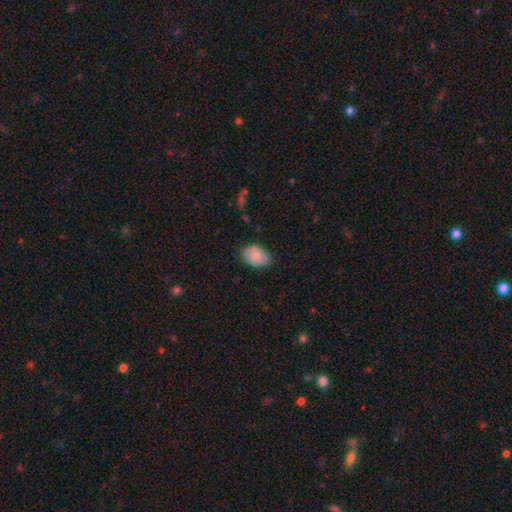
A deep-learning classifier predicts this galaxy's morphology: Smooth or featured?
  - smooth: 83% *
  - featured or disk: 10%
  - star or artifact: 7%
How rounded?
  - in between: 82% *
  - round: 17%
  - cigar-shaped: 1%
Merging?
  - none: 79% *
  - minor disturbance: 17%
  - major disturbance: 3%
  - merger: 1%